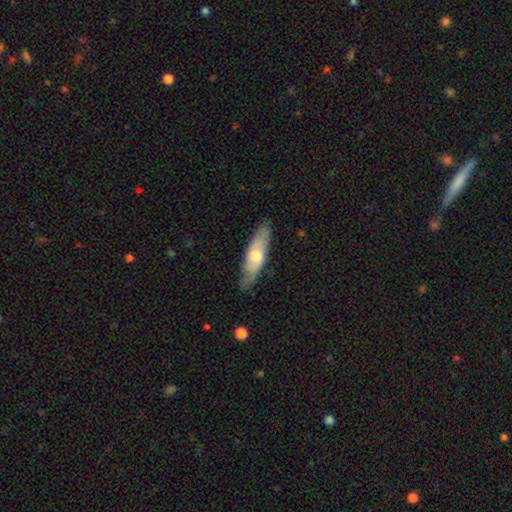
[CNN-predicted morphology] smooth 52%, featured or disk 43%, star or artifact 5%. Down the decision tree: how rounded — cigar-shaped (58%); merging — none (80%).